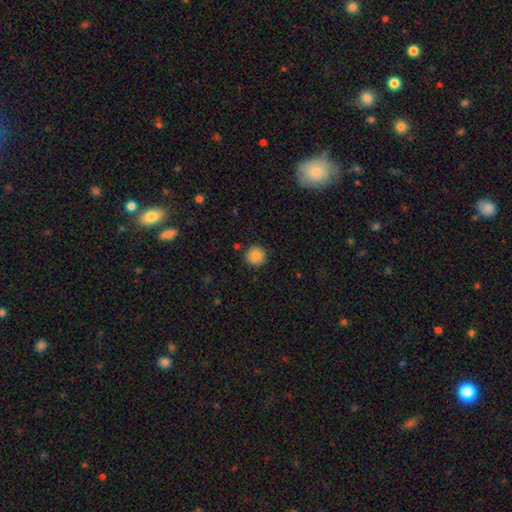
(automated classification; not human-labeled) Smooth or featured: smooth — 87% (star or artifact — 9%)
How rounded: round — 95% (in between — 4%)
Merging: none — 90% (minor disturbance — 6%)